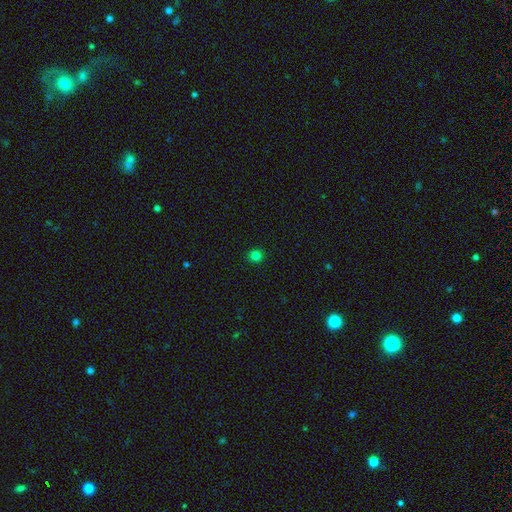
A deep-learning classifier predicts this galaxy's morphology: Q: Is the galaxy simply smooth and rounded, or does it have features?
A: smooth — 81%.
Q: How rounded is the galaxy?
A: round — 92%.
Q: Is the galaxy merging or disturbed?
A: none — 93%.